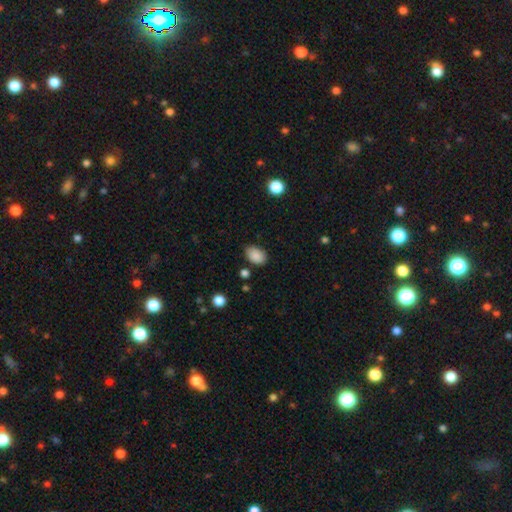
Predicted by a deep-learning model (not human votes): Smooth or featured: smooth — 88% (star or artifact — 8%)
How rounded: in between — 83% (round — 16%)
Merging: none — 81% (minor disturbance — 14%)